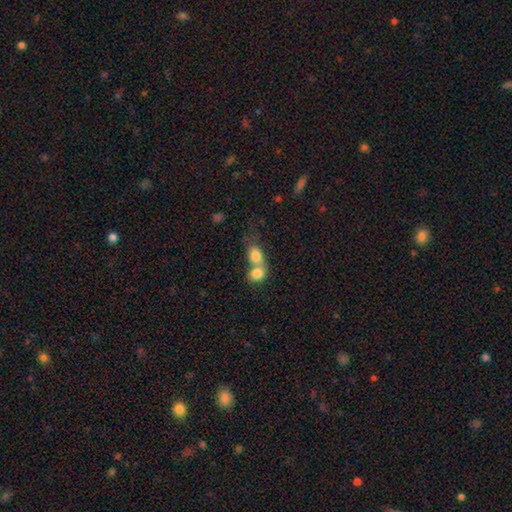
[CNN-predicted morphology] This appears to be a smooth galaxy with no disk features (79%) that is in between round and cigar-shaped (57%). Merging: merger (70%).